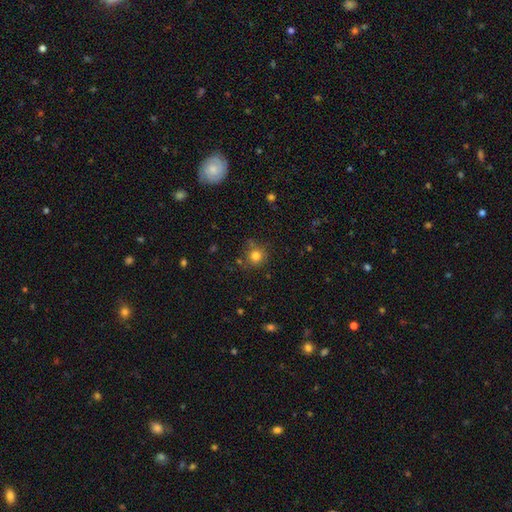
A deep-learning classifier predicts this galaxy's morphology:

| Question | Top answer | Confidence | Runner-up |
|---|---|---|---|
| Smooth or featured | smooth | 79% | star or artifact (14%) |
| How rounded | round | 89% | in between (10%) |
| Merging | none | 75% | minor disturbance (15%) |